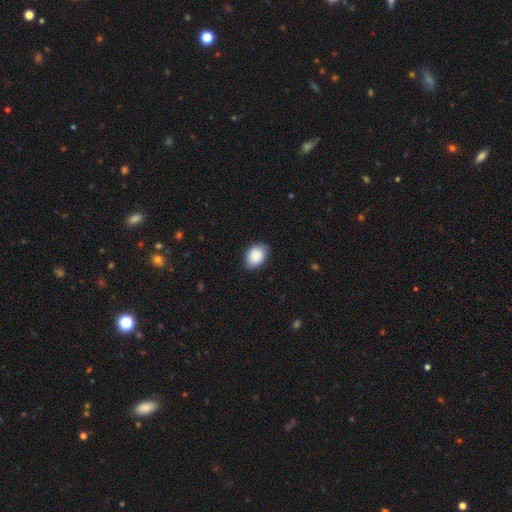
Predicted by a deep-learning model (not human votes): This appears to be a smooth galaxy with no disk features (89%) that is in between round and cigar-shaped (75%). Merging: none (80%).